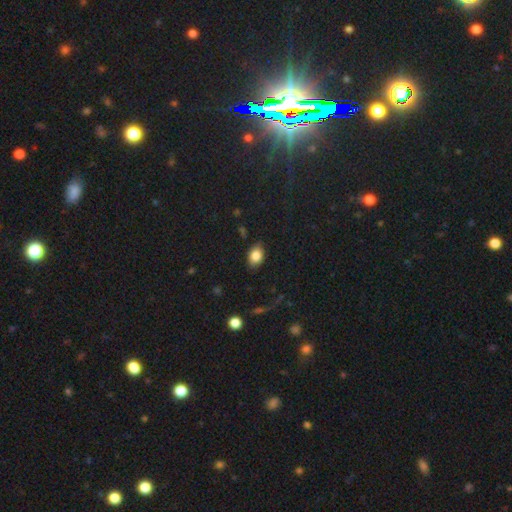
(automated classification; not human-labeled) smooth-or-featured: smooth: 83% | star or artifact: 9% | featured or disk: 9%
  how-rounded: in between: 81% | round: 18% | cigar-shaped: 1%
  merging: none: 83% | minor disturbance: 13% | major disturbance: 3% | merger: 1%